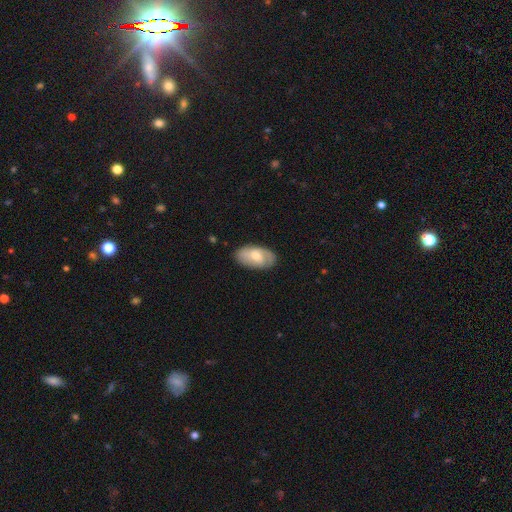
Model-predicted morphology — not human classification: This appears to be a featured or disk galaxy (47%). Merging: none (81%).